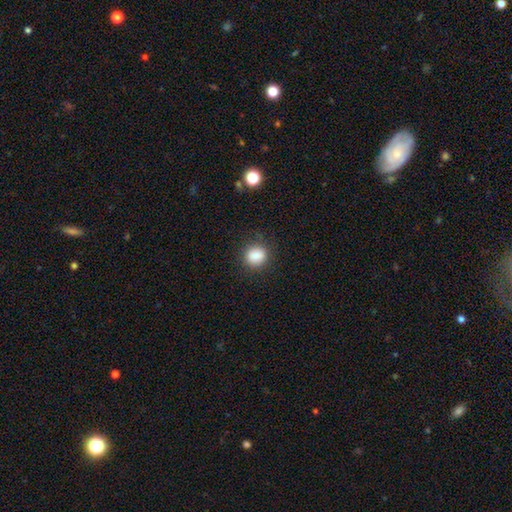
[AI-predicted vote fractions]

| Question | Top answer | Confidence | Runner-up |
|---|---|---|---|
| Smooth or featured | smooth | 85% | star or artifact (10%) |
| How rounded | round | 76% | in between (23%) |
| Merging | none | 83% | minor disturbance (12%) |